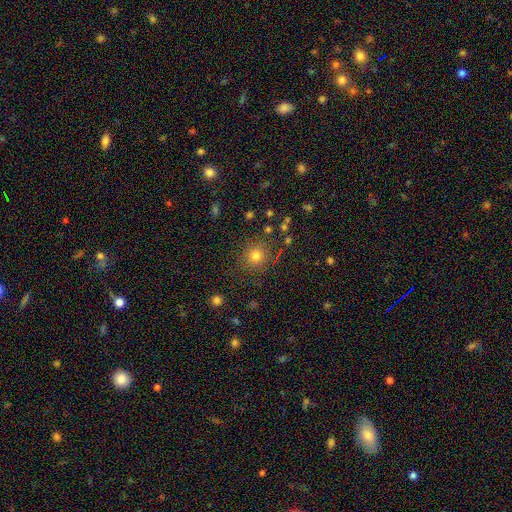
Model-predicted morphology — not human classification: Q: Smooth or featured?
A: smooth (77%); runner-up: star or artifact (16%)
Q: How rounded?
A: round (92%); runner-up: in between (7%)
Q: Merging?
A: none (85%); runner-up: minor disturbance (8%)